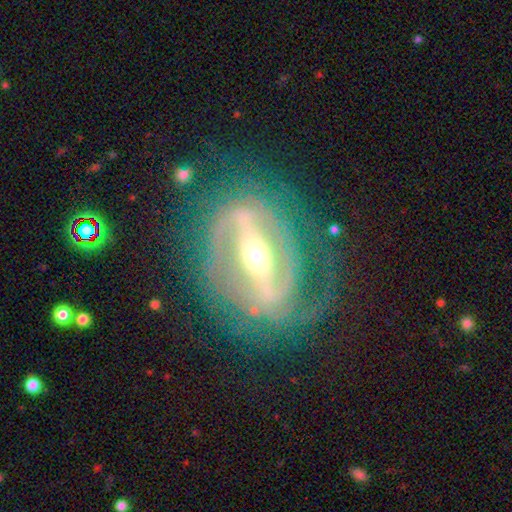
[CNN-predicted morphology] Q: Smooth or featured?
A: featured or disk (88%); runner-up: smooth (7%)
Q: Edge-on disk?
A: no (88%); runner-up: yes (12%)
Q: Bar?
A: strong (79%); runner-up: weak (14%)
Q: Spiral arms?
A: yes (83%); runner-up: no (17%)
Q: Spiral winding?
A: tight (52%); runner-up: medium (34%)
Q: Spiral arm count?
A: 2 (54%); runner-up: can't tell (22%)
Q: Bulge size?
A: moderate (57%); runner-up: small (36%)
Q: Merging?
A: none (70%); runner-up: minor disturbance (16%)